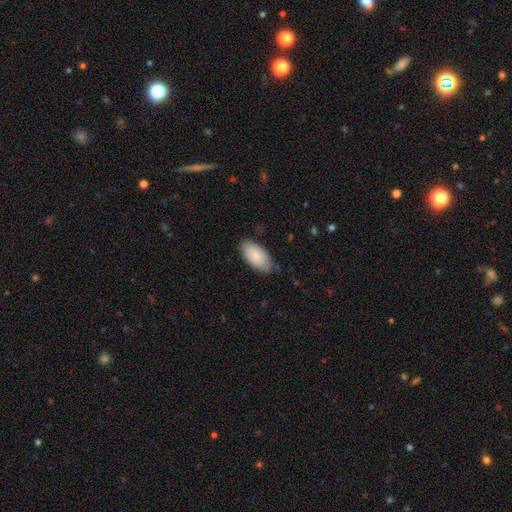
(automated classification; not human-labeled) Overall: smooth (83%). How rounded: in between (95%). Merging: none (78%).